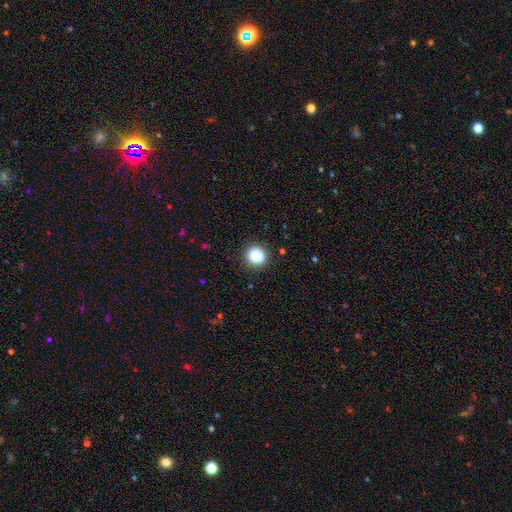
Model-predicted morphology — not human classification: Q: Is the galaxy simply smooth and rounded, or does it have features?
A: smooth — 85%.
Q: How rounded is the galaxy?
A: round — 92%.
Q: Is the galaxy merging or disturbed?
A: none — 87%.